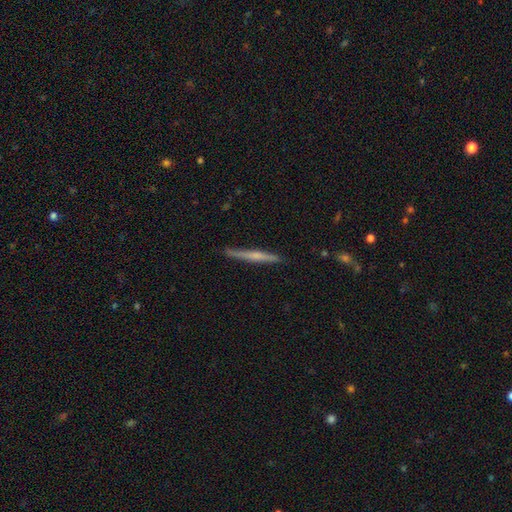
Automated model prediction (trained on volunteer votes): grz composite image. It shows a featured or disk galaxy (57%) viewed edge-on (97%) with a rounded central bulge (50%). Merging: none (88%).